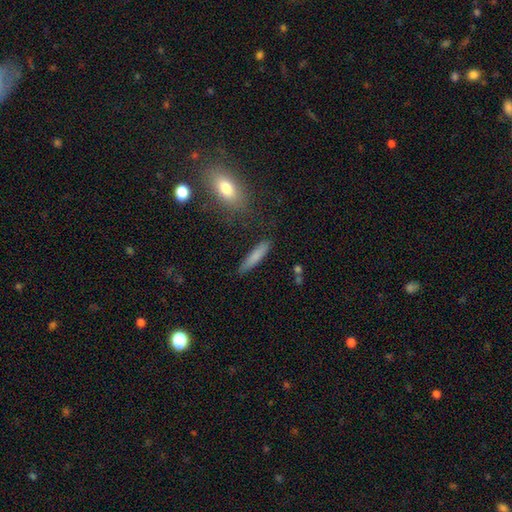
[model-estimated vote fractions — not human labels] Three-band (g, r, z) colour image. It shows a smooth galaxy with no disk features (78%) that is cigar-shaped (86%). Merging: none (84%).